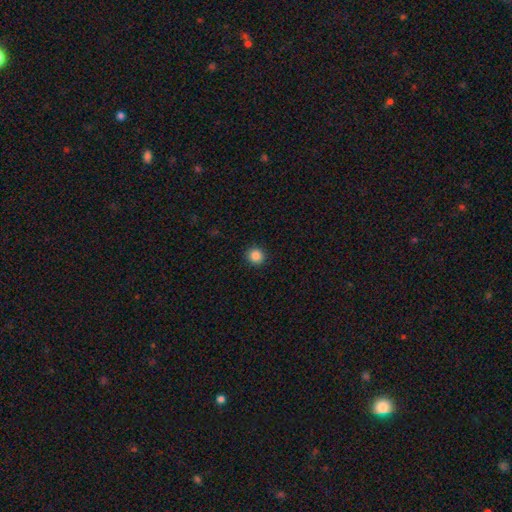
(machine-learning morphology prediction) Smooth or featured?
  - smooth: 86% *
  - star or artifact: 10%
  - featured or disk: 3%
How rounded?
  - round: 93% *
  - in between: 6%
  - cigar-shaped: 1%
Merging?
  - none: 92% *
  - minor disturbance: 5%
  - major disturbance: 2%
  - merger: 1%